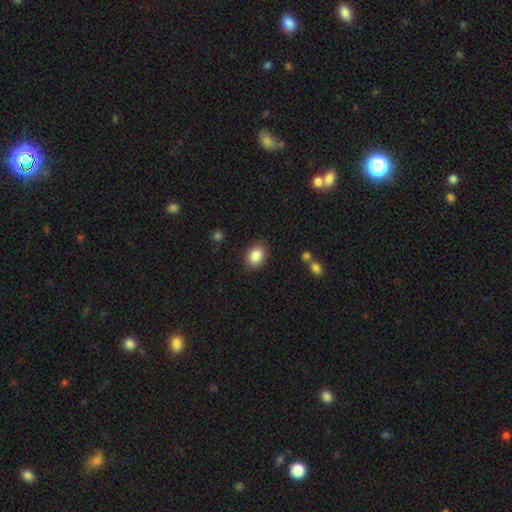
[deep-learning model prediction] This is clearly a smooth galaxy (87%). How rounded: likely in between (70%). Merging: clearly none (86%).